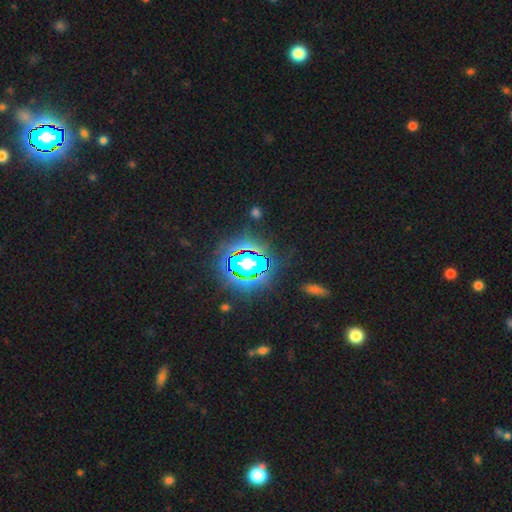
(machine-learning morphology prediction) This appears to be a star or artifact, not a galaxy (80%).